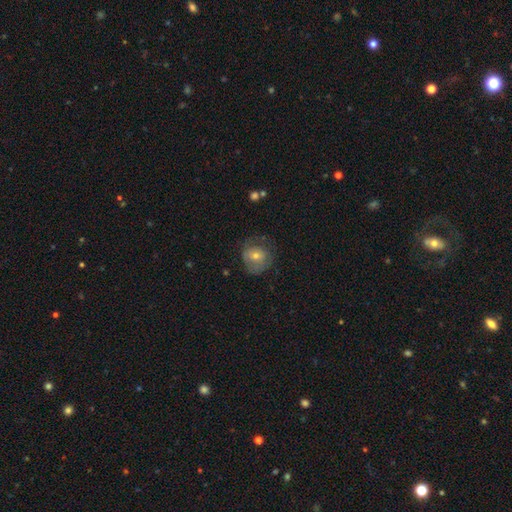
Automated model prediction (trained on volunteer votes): A smooth galaxy with no disk features (60%) that is round (77%).

Vote fractions:
- Smooth or featured? smooth: 60% / featured or disk: 32% / star or artifact: 8%
- How rounded? round: 77% / in between: 22% / cigar-shaped: 1%
- Merging? none: 58% / minor disturbance: 24% / major disturbance: 17% / merger: 2%